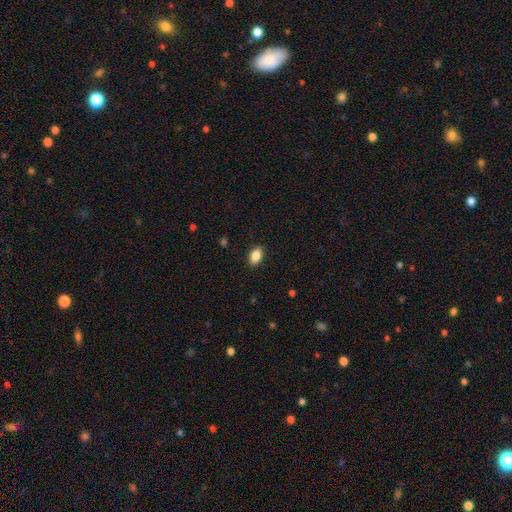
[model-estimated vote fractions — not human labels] Smooth or featured?
  - smooth: 86% *
  - star or artifact: 8%
  - featured or disk: 6%
How rounded?
  - in between: 89% *
  - round: 9%
  - cigar-shaped: 3%
Merging?
  - none: 88% *
  - minor disturbance: 9%
  - major disturbance: 2%
  - merger: 1%